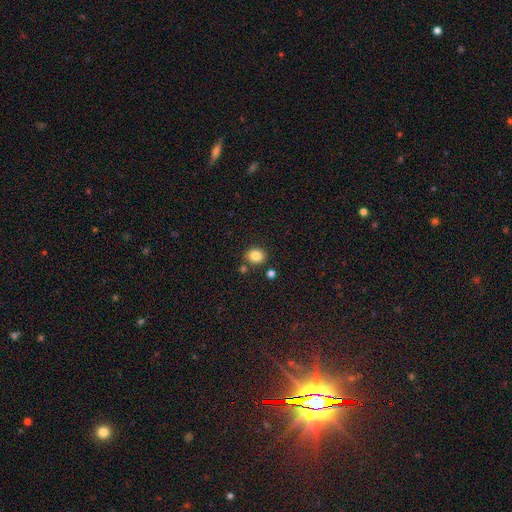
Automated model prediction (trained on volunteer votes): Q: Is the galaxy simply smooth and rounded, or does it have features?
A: smooth — 84%.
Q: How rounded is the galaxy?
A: round — 65%.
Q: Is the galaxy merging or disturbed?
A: none — 82%.